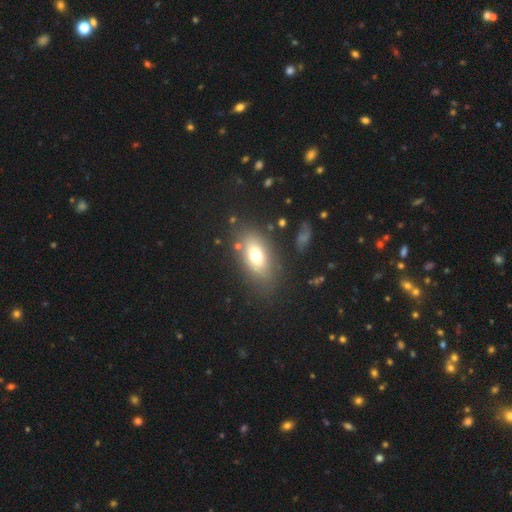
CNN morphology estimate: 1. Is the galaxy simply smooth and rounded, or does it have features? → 69% smooth, 20% featured or disk, 10% star or artifact.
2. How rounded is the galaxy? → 84% in between, 10% round, 6% cigar-shaped.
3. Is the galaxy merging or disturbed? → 77% none, 13% minor disturbance, 6% major disturbance, 4% merger.